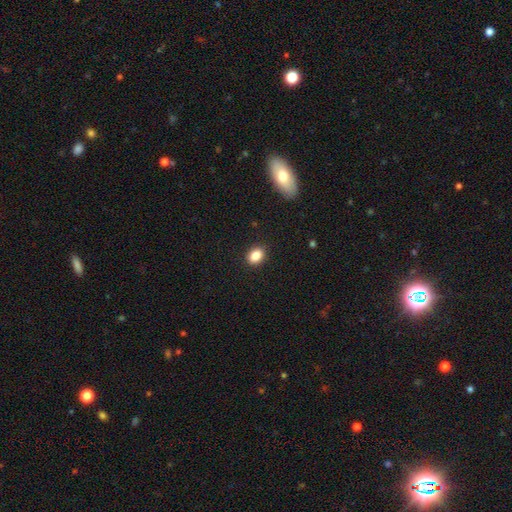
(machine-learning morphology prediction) Smooth or featured? Predicted: smooth (p=0.86). How rounded? Predicted: in between (p=0.70). Merging? Predicted: none (p=0.88).